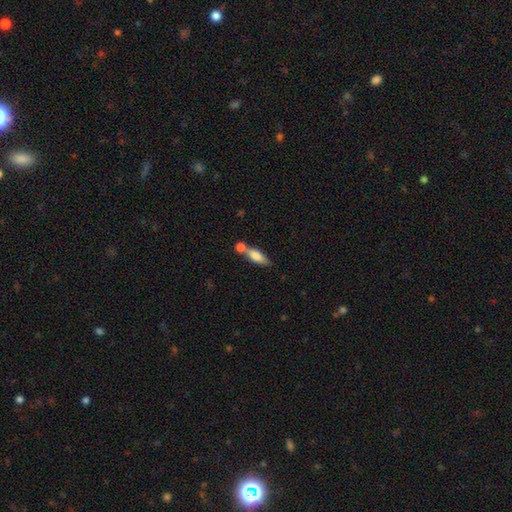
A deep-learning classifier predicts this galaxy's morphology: smooth 73%, featured or disk 20%, star or artifact 7%. Down the decision tree: how rounded — in between (57%); merging — merger (42%).